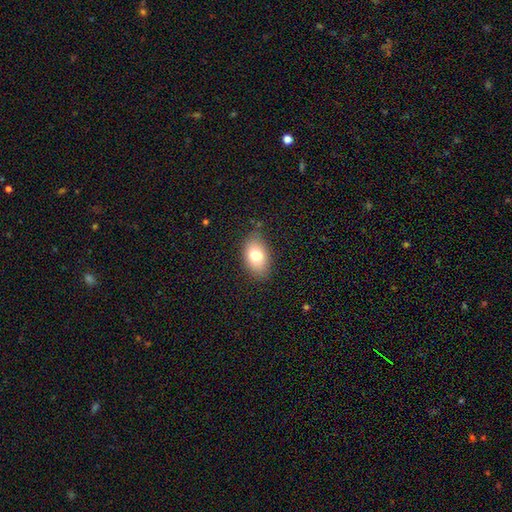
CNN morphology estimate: smooth 75%, featured or disk 16%, star or artifact 9%. Down the decision tree: how rounded — in between (87%); merging — none (79%).